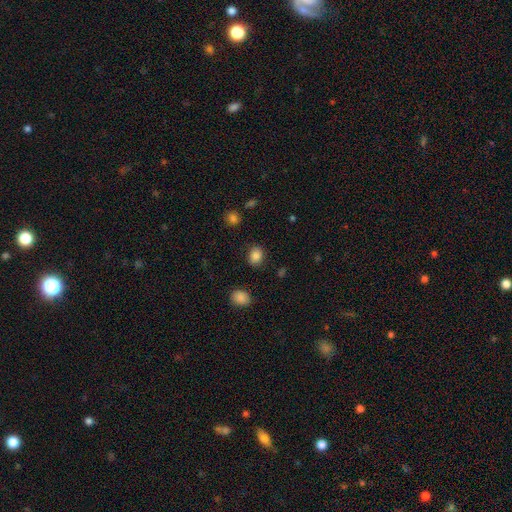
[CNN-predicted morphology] smooth 85%, star or artifact 10%, featured or disk 5%. Down the decision tree: how rounded — in between (51%); merging — none (86%).